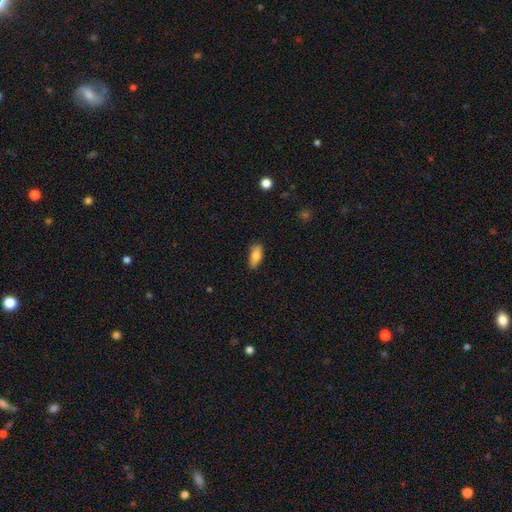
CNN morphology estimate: Smooth or featured: smooth — 81% (featured or disk — 12%)
How rounded: in between — 85% (cigar-shaped — 11%)
Merging: none — 76% (minor disturbance — 19%)